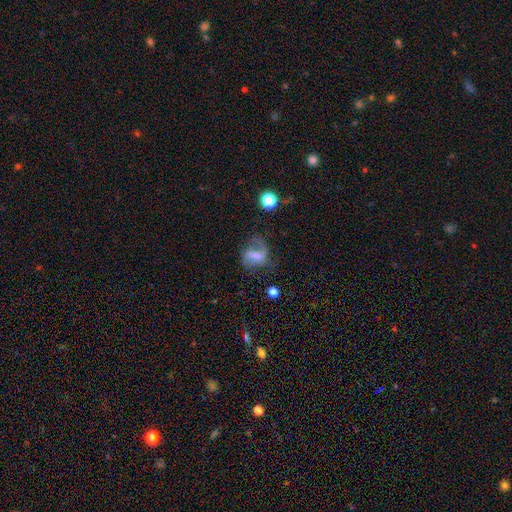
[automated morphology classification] smooth_or_featured: featured or disk (p=0.70) [alt: smooth p=0.21]
disk_edge_on: no (p=0.97) [alt: yes p=0.03]
bar: weak (p=0.50) [alt: strong p=0.28]
has_spiral_arms: yes (p=0.89) [alt: no p=0.11]
spiral_winding: loose (p=0.52) [alt: medium p=0.38]
spiral_arm_count: 2 (p=0.71) [alt: 1 p=0.20]
bulge_size: small (p=0.44) [alt: moderate p=0.33]
merging: none (p=0.53) [alt: major disturbance p=0.22]